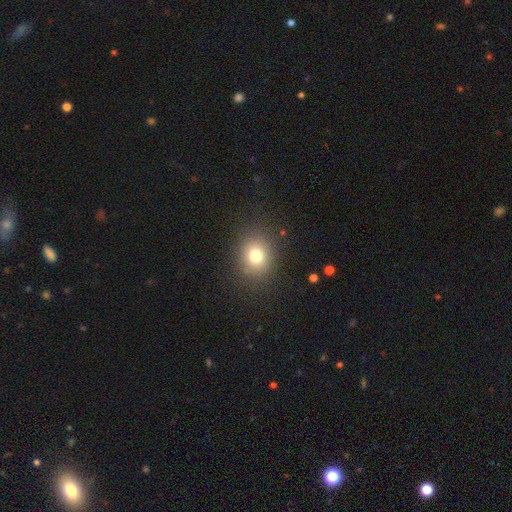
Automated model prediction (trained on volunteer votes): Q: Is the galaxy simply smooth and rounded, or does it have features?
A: smooth — 77%.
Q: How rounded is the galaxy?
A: round — 68%.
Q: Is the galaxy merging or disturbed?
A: none — 87%.